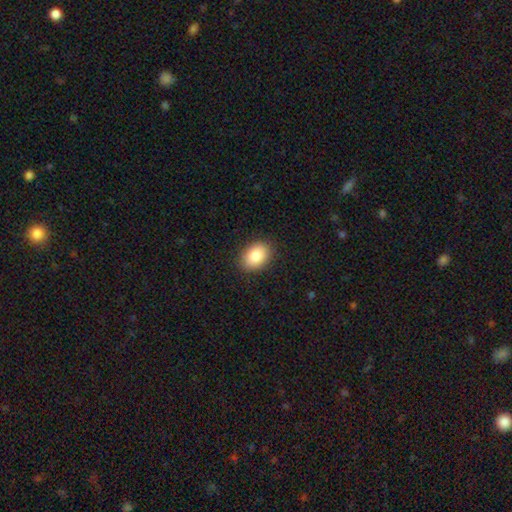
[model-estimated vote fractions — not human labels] The model was most divided on "how rounded": in between: 77%, round: 22%, cigar-shaped: 1%. More confident: merging — none (88%); smooth or featured — smooth (86%).